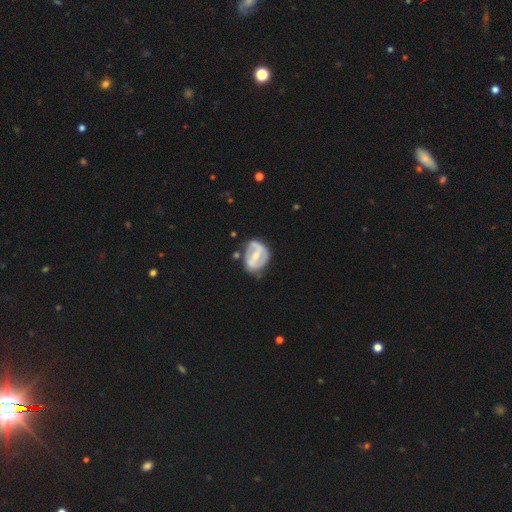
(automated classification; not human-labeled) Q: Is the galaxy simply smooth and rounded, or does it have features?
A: featured or disk — 72%.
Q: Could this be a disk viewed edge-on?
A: no — 96%.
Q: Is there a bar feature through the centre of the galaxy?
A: strong — 52%.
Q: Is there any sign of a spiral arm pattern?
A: yes — 56%.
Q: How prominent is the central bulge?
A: moderate — 46%, tied with small.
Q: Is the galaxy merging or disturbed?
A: none — 52%.